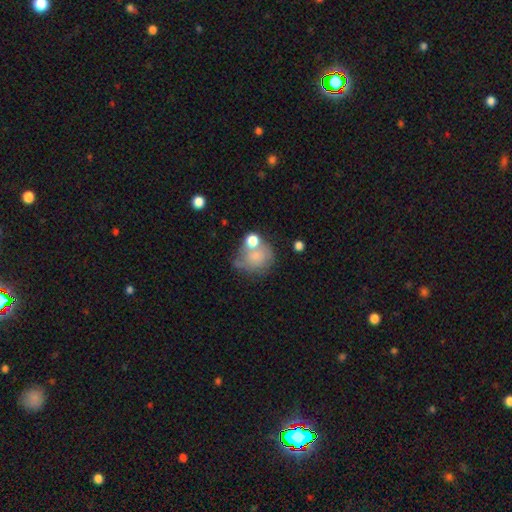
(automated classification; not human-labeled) Overall: smooth (64%; featured or disk 26%). How rounded: round (71%). Merging: none (37%; merger 25%).